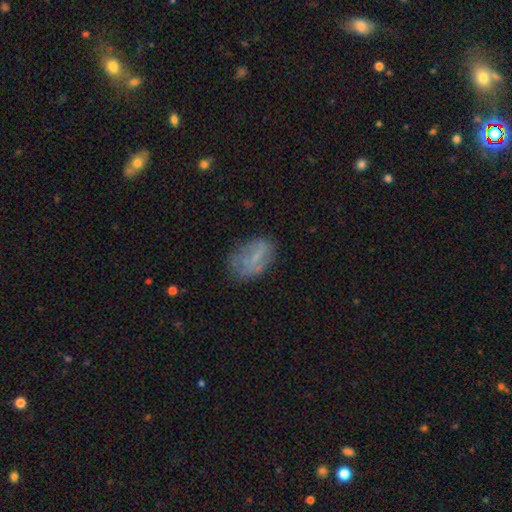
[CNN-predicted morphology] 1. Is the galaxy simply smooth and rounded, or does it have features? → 48% smooth, 40% featured or disk, 11% star or artifact.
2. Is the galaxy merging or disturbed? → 60% none, 25% minor disturbance, 13% major disturbance, 2% merger.